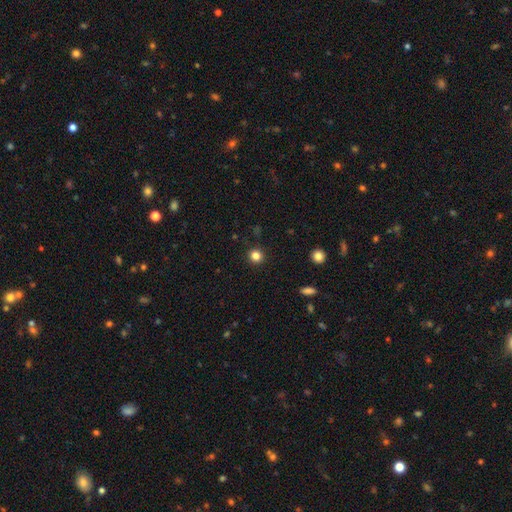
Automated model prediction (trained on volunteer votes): A smooth galaxy with no disk features (83%) that is round (91%). Merging: none (91%).